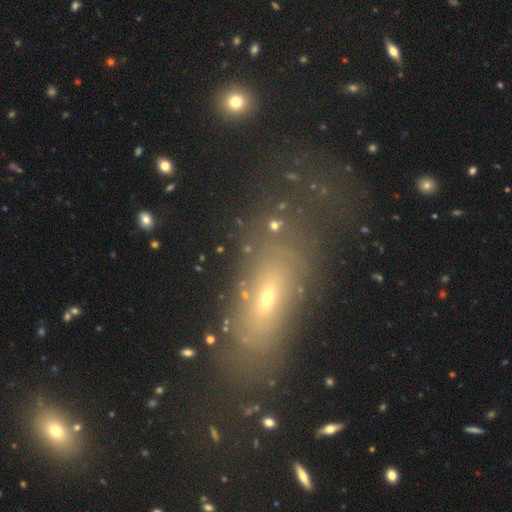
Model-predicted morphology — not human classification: A smooth galaxy with no disk features (43%).

Vote fractions:
- Smooth or featured? smooth: 43% / featured or disk: 37% / star or artifact: 19%
- Merging? none: 64% / minor disturbance: 18% / major disturbance: 14% / merger: 4%